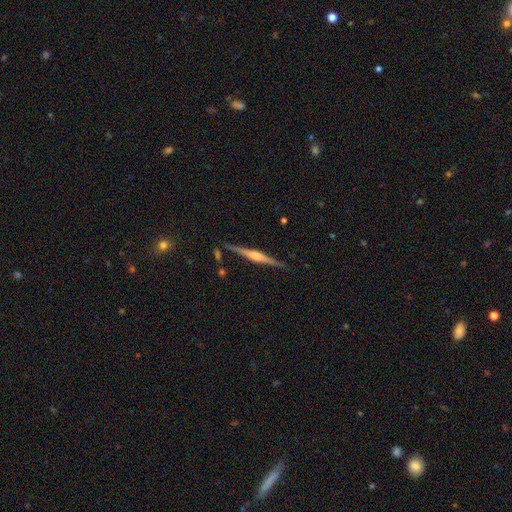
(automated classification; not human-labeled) Smooth or featured: featured or disk — 80% (smooth — 14%)
Edge-on disk: yes — 98% (no — 2%)
Edge-on bulge: rounded — 77% (boxy — 17%)
Merging: none — 88% (minor disturbance — 8%)